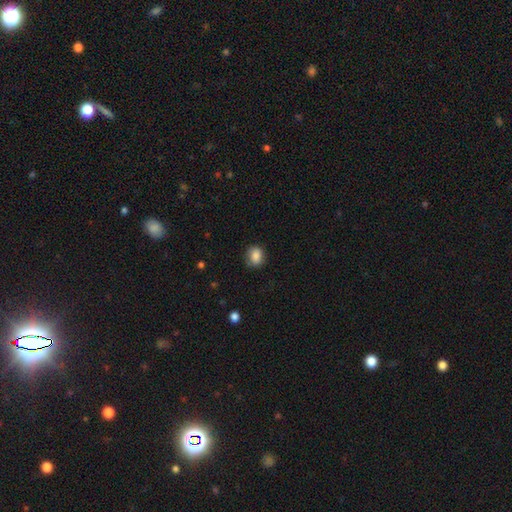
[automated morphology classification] Overall: smooth (86%). How rounded: round (62%; in between 37%). Merging: none (82%).